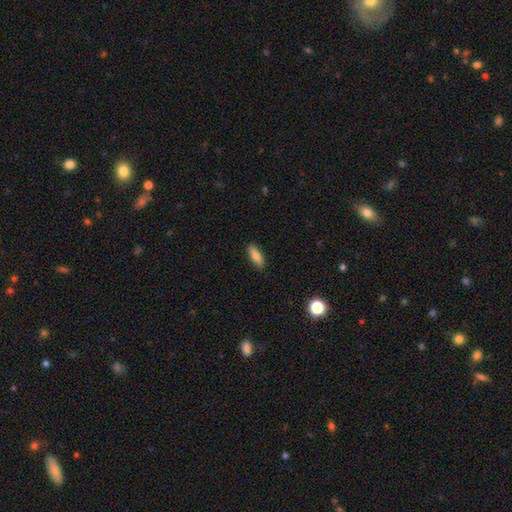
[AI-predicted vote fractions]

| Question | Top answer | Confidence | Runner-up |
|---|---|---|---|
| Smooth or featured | smooth | 79% | featured or disk (14%) |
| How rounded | in between | 63% | cigar-shaped (35%) |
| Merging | none | 88% | minor disturbance (9%) |